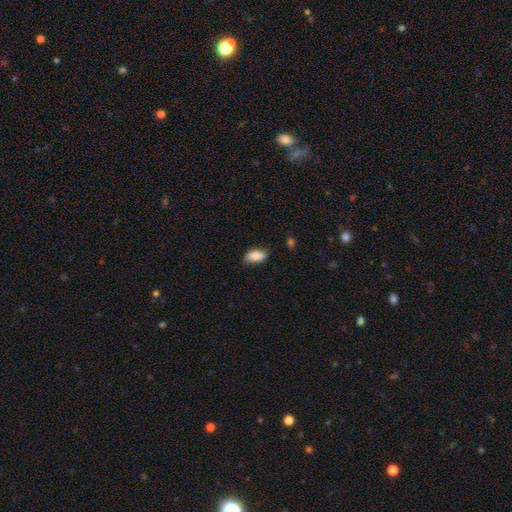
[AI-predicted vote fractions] This appears to be a smooth galaxy with no disk features (84%) that is in between round and cigar-shaped (93%). Merging: none (83%).